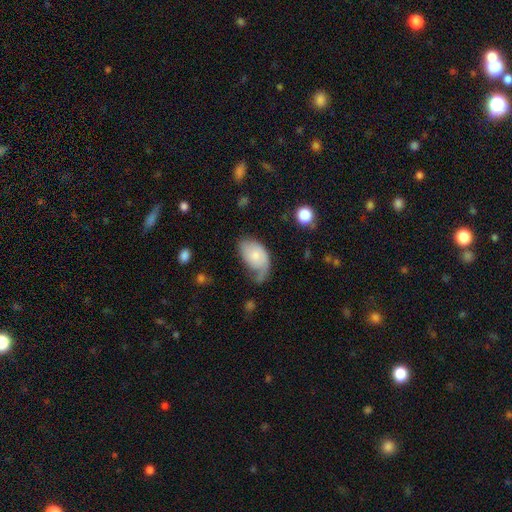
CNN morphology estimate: Q: Smooth or featured?
A: smooth (54%); runner-up: featured or disk (40%)
Q: How rounded?
A: in between (91%); runner-up: round (8%)
Q: Merging?
A: minor disturbance (34%); runner-up: major disturbance (33%)